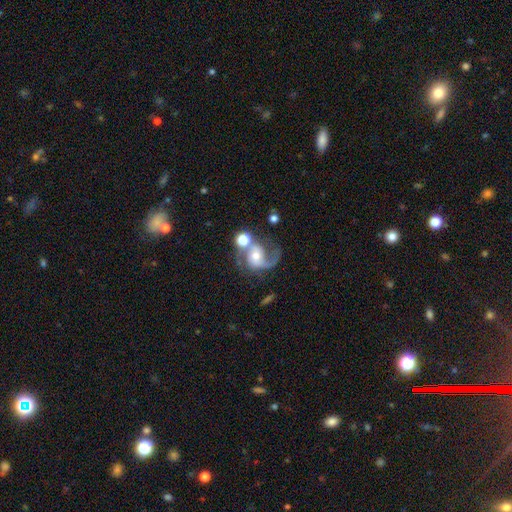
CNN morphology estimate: A featured or disk galaxy (79%) with no bar (56%), 2 (73%) medium (46%) spiral arms (94%) and a moderate central bulge (55%).

Vote fractions:
- Smooth or featured? featured or disk: 79% / smooth: 12% / star or artifact: 8%
- Edge-on disk? no: 98% / yes: 2%
- Bar? no: 56% / weak: 32% / strong: 12%
- Spiral arms? yes: 94% / no: 6%
- Spiral winding? medium: 46% / loose: 43% / tight: 11%
- Spiral arm count? 2: 73% / 1: 21% / can't tell: 4% / 3: 1% / 4: 1% / more than 4: 1%
- Bulge size? moderate: 55% / small: 35% / large: 6% / none: 2% / dominant: 2%
- Merging? none: 42% / merger: 24% / major disturbance: 19% / minor disturbance: 15%